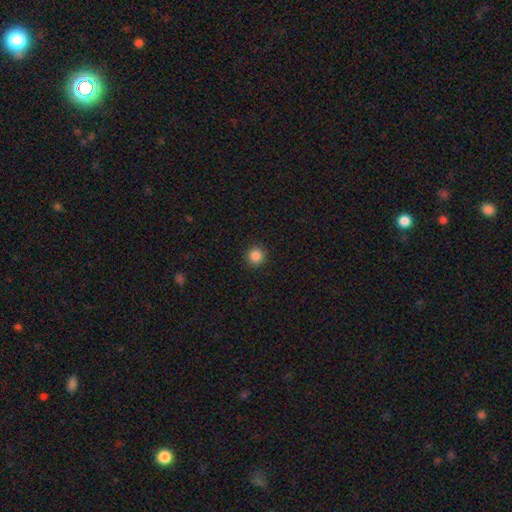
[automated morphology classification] The model was most divided on "smooth or featured": smooth: 85%, star or artifact: 11%, featured or disk: 3%. More confident: how rounded — round (94%); merging — none (93%).